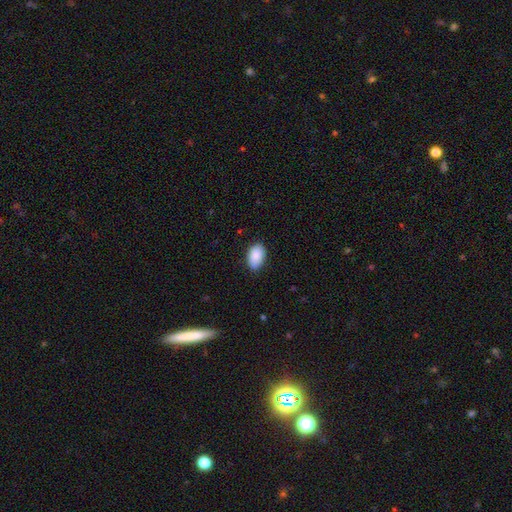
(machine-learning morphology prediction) Smooth or featured? Predicted: smooth (p=0.90). How rounded? Predicted: in between (p=0.93). Merging? Predicted: none (p=0.85).